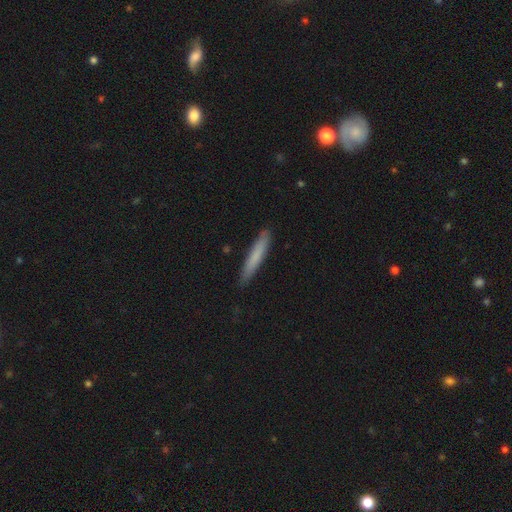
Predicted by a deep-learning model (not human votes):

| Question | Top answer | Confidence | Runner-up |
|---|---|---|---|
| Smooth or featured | smooth | 76% | featured or disk (18%) |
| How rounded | cigar-shaped | 94% | in between (5%) |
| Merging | none | 87% | minor disturbance (10%) |